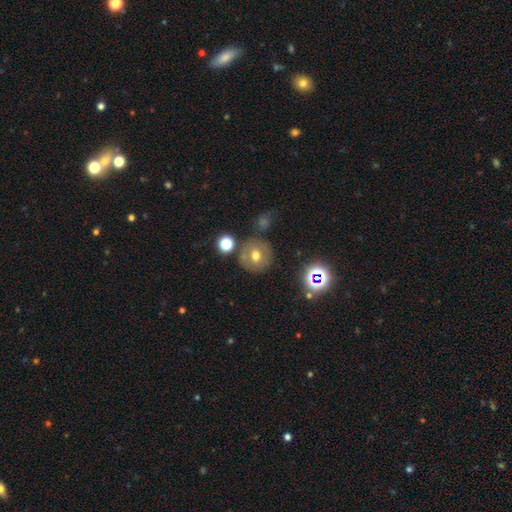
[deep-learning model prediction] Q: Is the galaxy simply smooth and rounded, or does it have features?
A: smooth — 59%.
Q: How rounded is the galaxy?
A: round — 90%.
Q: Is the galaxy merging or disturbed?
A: none — 76%.